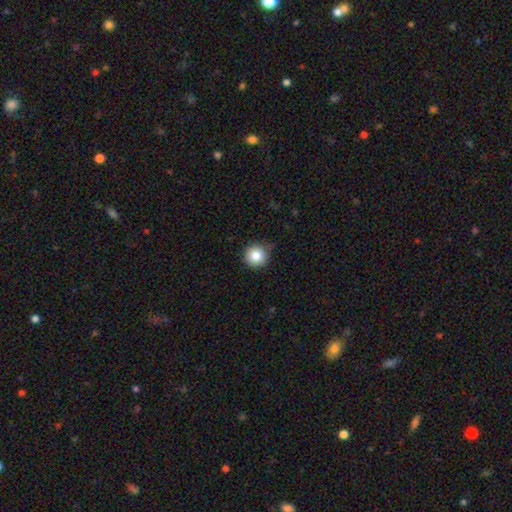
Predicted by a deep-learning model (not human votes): Morphology: type=smooth (82%); roundness=round (96%); merging=none (83%).